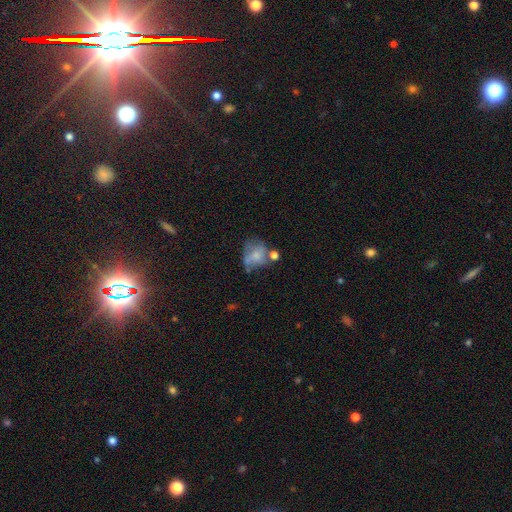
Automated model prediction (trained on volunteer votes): Morphology: type=smooth (54%); roundness=round (50%); merging=none (32%).